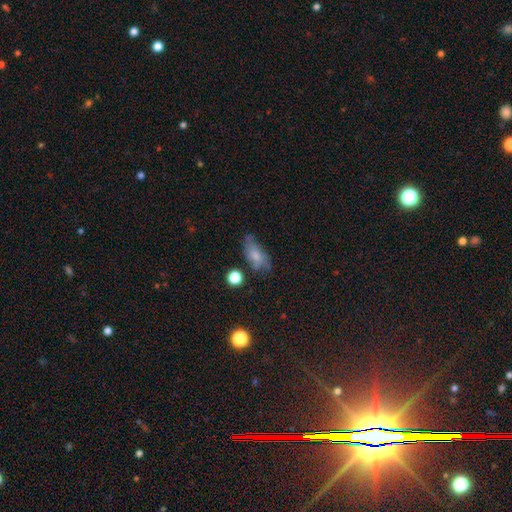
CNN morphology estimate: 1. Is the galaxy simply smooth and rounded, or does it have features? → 62% smooth, 28% featured or disk, 10% star or artifact.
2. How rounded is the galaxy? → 85% in between, 9% cigar-shaped, 6% round.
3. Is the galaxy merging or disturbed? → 51% none, 30% minor disturbance, 14% major disturbance, 5% merger.